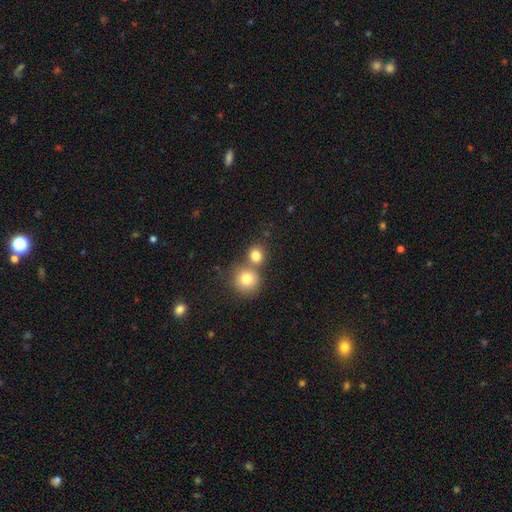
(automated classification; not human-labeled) A smooth galaxy with no disk features (80%) that is round (83%). Merging: none (52%).